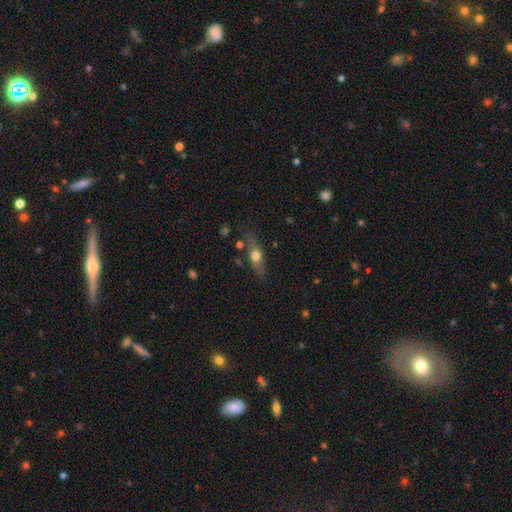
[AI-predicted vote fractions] Smooth or featured: smooth — 53% (featured or disk — 40%)
How rounded: cigar-shaped — 47% (tied with in between — 47%)
Merging: none — 76% (minor disturbance — 16%)